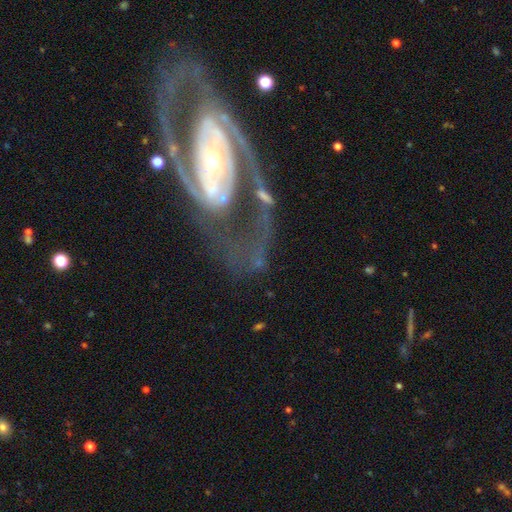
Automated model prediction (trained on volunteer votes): featured or disk 86%, smooth 7%, star or artifact 6%. Down the decision tree: edge-on disk — no (96%); bar — no (41%); spiral arms — yes (89%); spiral arm count — 2 (76%); spiral winding — medium (42%); bulge size — small (48%); merging — none (50%).